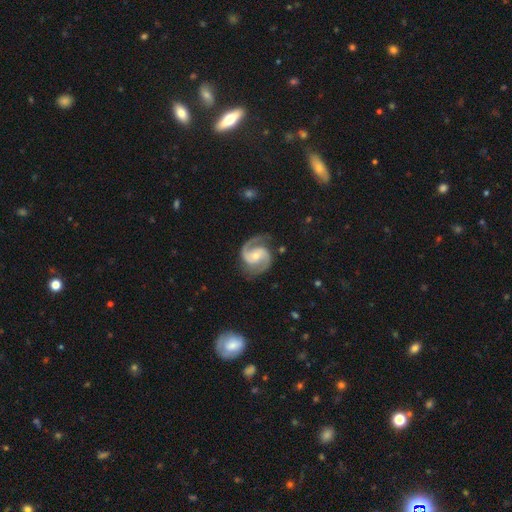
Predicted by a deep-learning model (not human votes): This appears to be a featured or disk galaxy (92%) with no bar (45%), 2 (92%) medium (60%) spiral arms (98%) and a small central bulge (50%). Merging: none (79%).